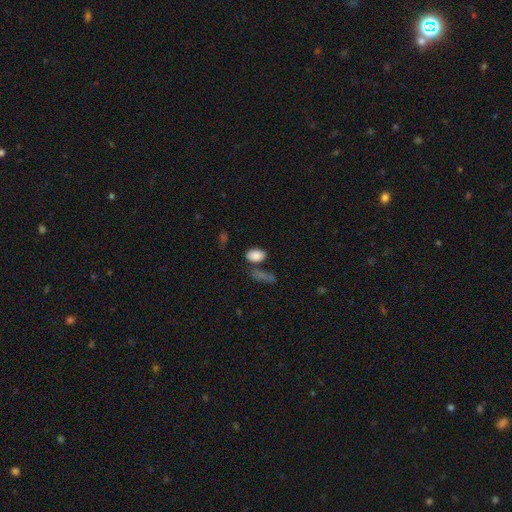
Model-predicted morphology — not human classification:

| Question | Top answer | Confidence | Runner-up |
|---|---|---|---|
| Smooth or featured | smooth | 86% | star or artifact (9%) |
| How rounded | in between | 90% | round (8%) |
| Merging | none | 63% | merger (16%) |